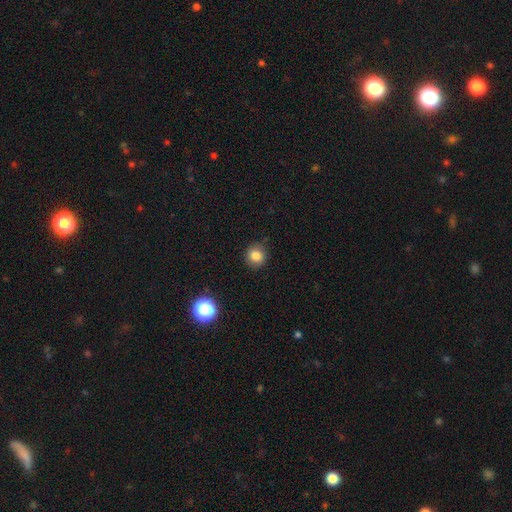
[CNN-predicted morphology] A smooth galaxy with no disk features (83%) that is round (85%). Merging: none (86%).